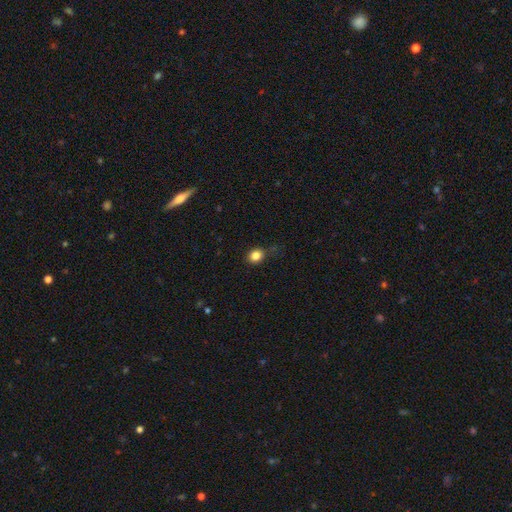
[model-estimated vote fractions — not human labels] A smooth galaxy with no disk features (83%) that is round (69%).

Vote fractions:
- Smooth or featured? smooth: 83% / star or artifact: 11% / featured or disk: 5%
- How rounded? round: 69% / in between: 30% / cigar-shaped: 1%
- Merging? none: 72% / minor disturbance: 20% / major disturbance: 6% / merger: 2%